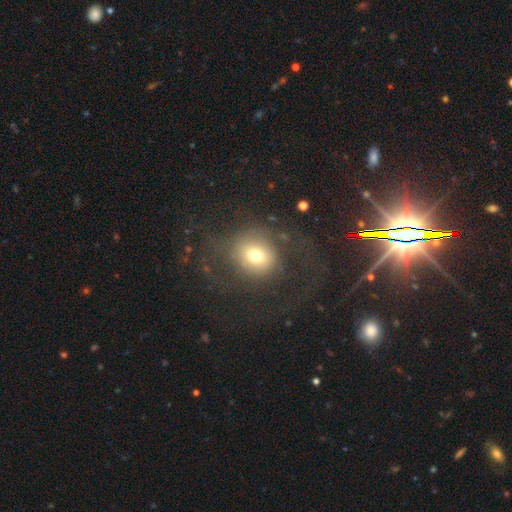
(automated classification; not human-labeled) Smooth or featured: smooth — 60% (featured or disk — 26%)
How rounded: round — 77% (in between — 22%)
Merging: none — 54% (major disturbance — 29%)